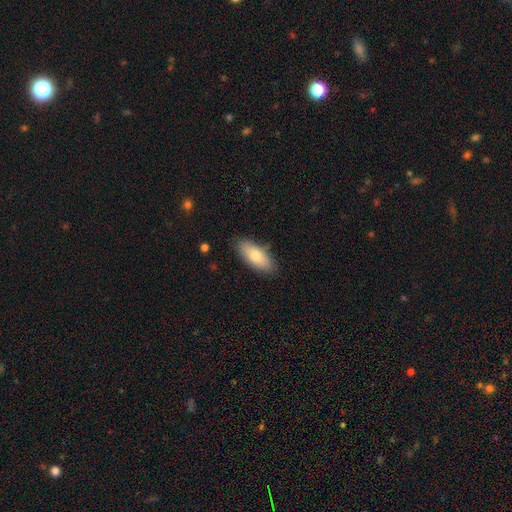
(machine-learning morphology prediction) A smooth galaxy with no disk features (73%) that is in between round and cigar-shaped (81%). Merging: none (84%).